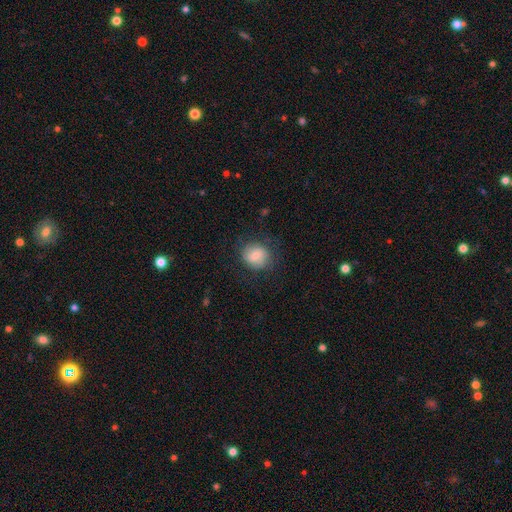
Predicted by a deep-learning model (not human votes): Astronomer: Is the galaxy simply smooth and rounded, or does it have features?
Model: smooth — 75%.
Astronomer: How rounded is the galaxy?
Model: round — 76%.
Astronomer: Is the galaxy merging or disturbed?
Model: none — 75%.